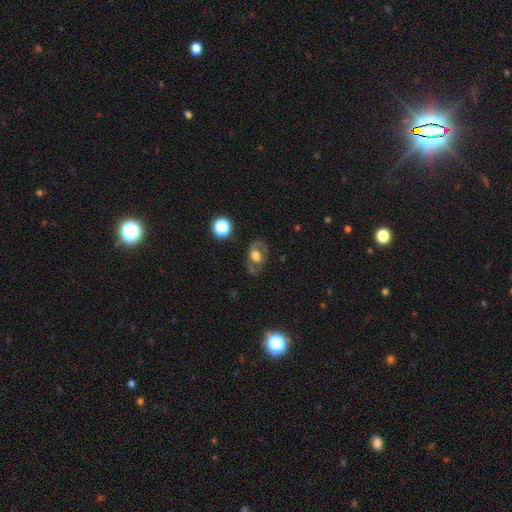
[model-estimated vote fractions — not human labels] Q: Smooth or featured?
A: smooth (47%); runner-up: featured or disk (42%)
Q: Merging?
A: none (61%); runner-up: minor disturbance (21%)